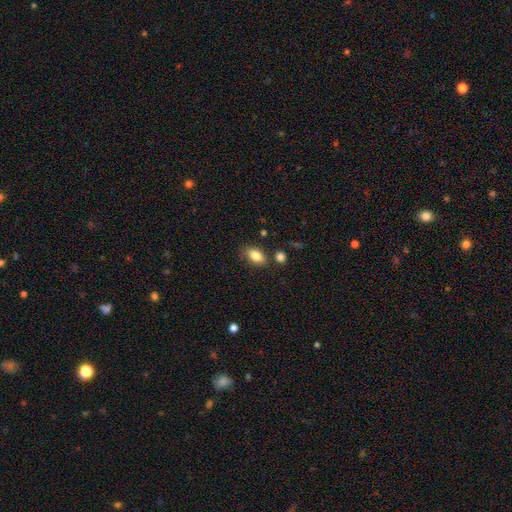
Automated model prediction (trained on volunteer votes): smooth_or_featured: smooth (p=0.84) [alt: star or artifact p=0.08]
how_rounded: in between (p=0.88) [alt: round p=0.09]
merging: none (p=0.76) [alt: minor disturbance p=0.14]